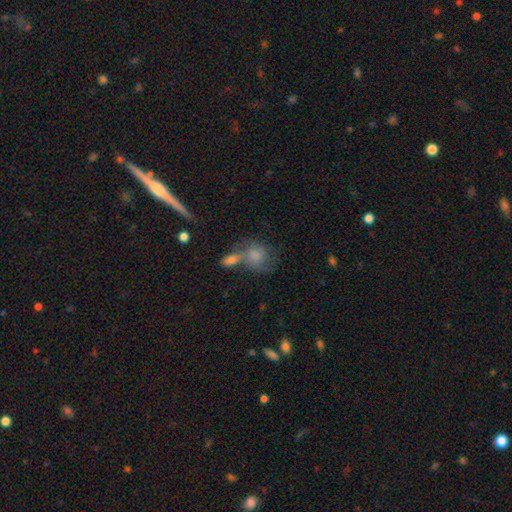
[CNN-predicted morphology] smooth 67%, featured or disk 24%, star or artifact 8%. Down the decision tree: how rounded — round (58%); merging — merger (47%).